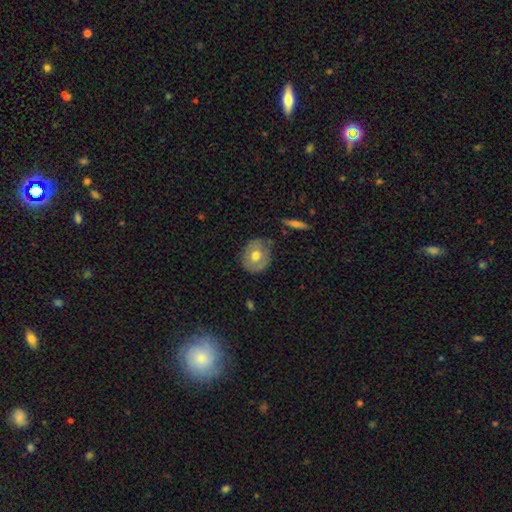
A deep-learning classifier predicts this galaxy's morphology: This is possibly a smooth galaxy (58%). How rounded: likely round (71%). Merging: likely none (77%).